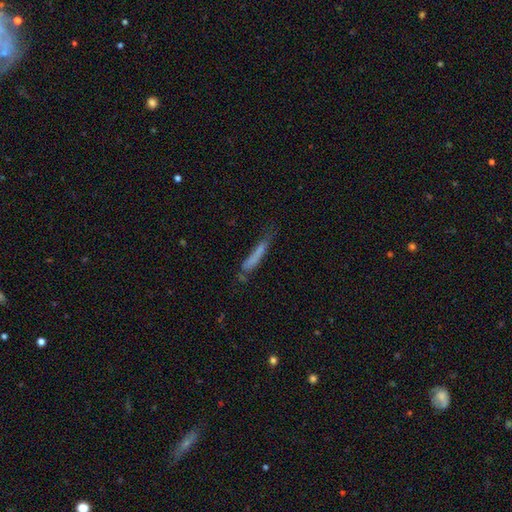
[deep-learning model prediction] Q: Smooth or featured?
A: smooth (65%); runner-up: featured or disk (25%)
Q: How rounded?
A: cigar-shaped (93%); runner-up: in between (6%)
Q: Merging?
A: none (52%); runner-up: minor disturbance (27%)